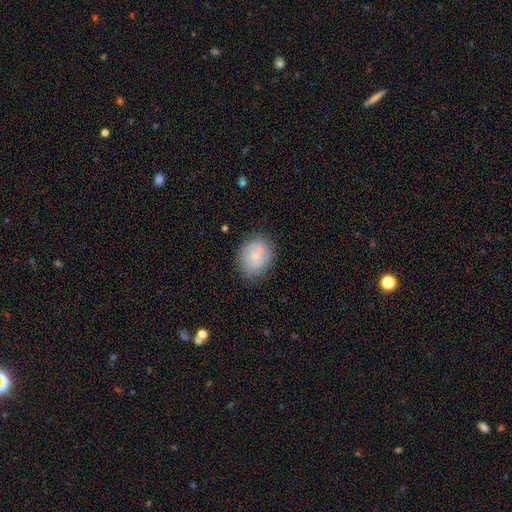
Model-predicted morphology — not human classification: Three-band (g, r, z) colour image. It shows a smooth galaxy with no disk features (63%) that is round (56%). Merging: none (70%).